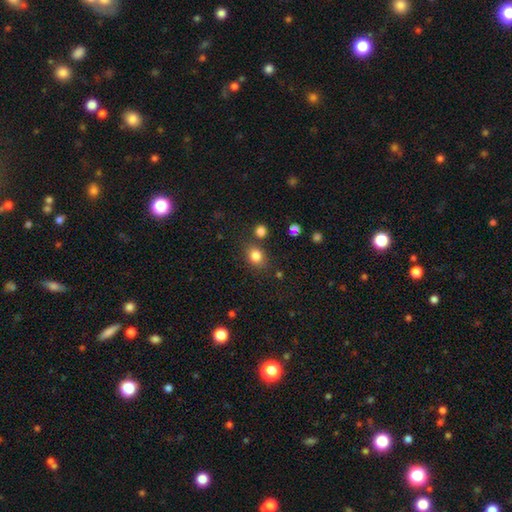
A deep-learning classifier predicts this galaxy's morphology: A smooth galaxy with no disk features (82%) that is round (57%). Merging: none (76%).